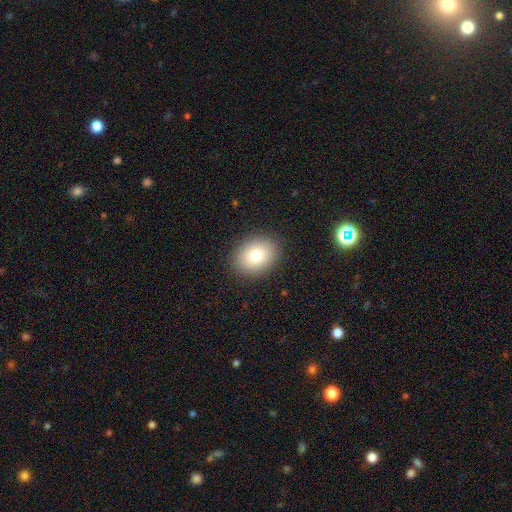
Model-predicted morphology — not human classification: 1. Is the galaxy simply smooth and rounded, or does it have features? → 77% smooth, 12% featured or disk, 11% star or artifact.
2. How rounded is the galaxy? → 57% in between, 42% round, 1% cigar-shaped.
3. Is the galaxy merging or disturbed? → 89% none, 8% minor disturbance, 3% major disturbance, 1% merger.